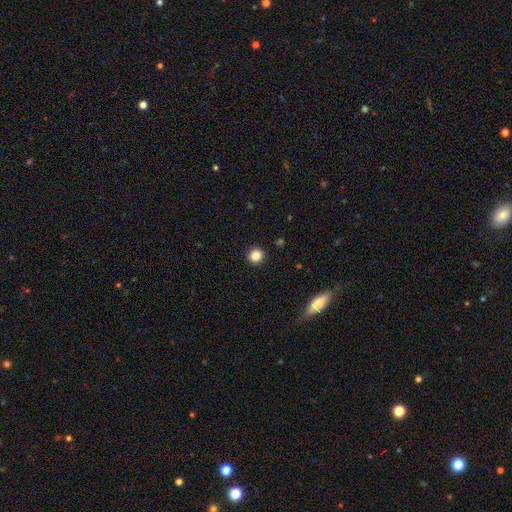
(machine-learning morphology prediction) type=smooth (85%); roundness=round (93%); merging=none (92%).